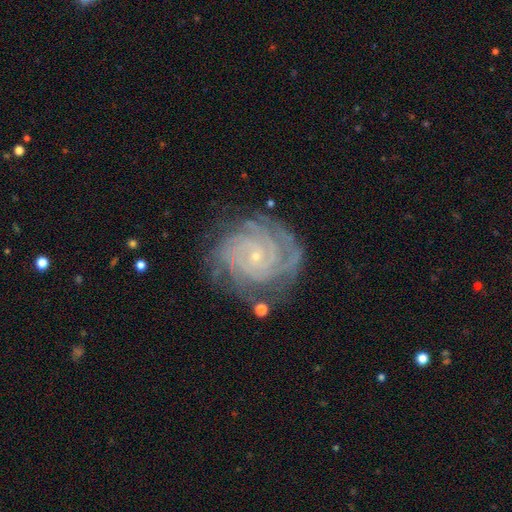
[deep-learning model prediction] This appears to be a featured or disk galaxy (89%) with no bar (74%), 4 (28%) tight (84%) spiral arms (98%) and a small central bulge (87%). Merging: none (76%).